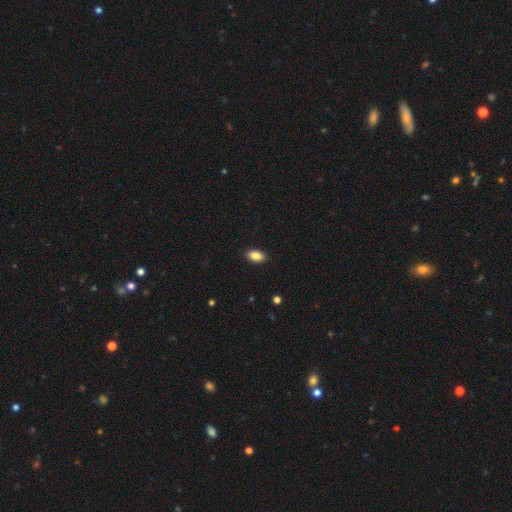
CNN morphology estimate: Smooth or featured? Predicted: smooth (p=0.87). How rounded? Predicted: in between (p=0.92). Merging? Predicted: none (p=0.89).